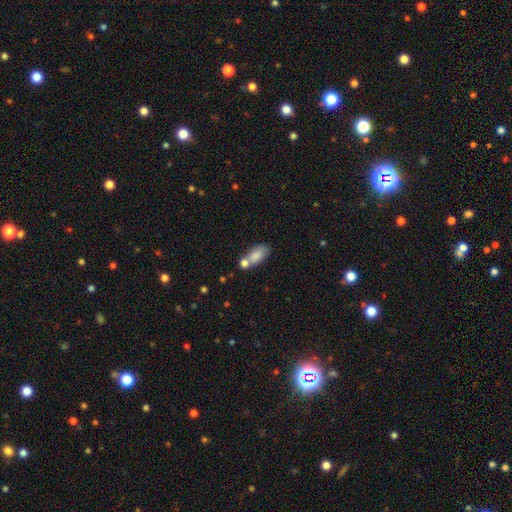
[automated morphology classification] The model was most divided on "merging": none: 44%, merger: 35%, minor disturbance: 15%, major disturbance: 5%. More confident: how rounded — in between (88%); smooth or featured — smooth (81%).